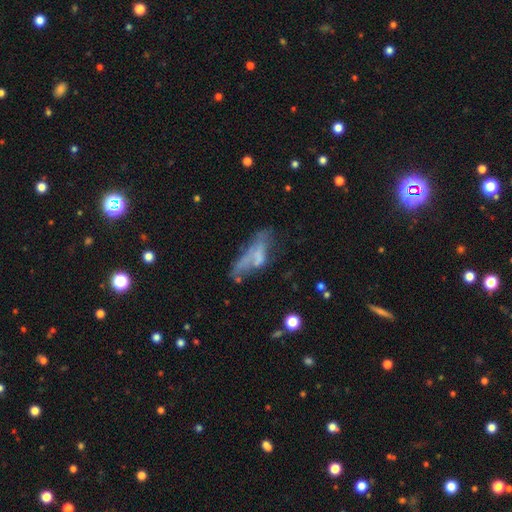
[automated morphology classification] Smooth or featured? featured or disk (44%)
Merging? major disturbance (37%)